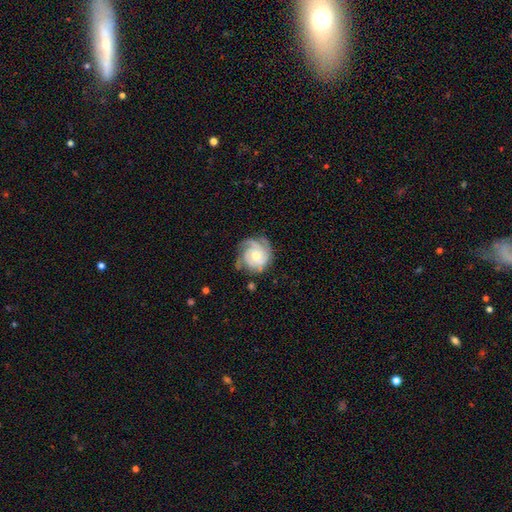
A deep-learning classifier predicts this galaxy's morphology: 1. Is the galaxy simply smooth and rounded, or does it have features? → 84% featured or disk, 11% smooth, 5% star or artifact.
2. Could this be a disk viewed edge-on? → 98% no, 2% yes.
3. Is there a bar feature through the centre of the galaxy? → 75% no, 21% weak, 4% strong.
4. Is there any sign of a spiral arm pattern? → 96% yes, 4% no.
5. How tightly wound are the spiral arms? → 65% tight, 29% medium, 7% loose.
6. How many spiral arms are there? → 42% 3, 20% can't tell, 17% 2, 11% 4, 5% 1, 5% more than 4.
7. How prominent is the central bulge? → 55% moderate, 40% small, 3% large, 1% none, 1% dominant.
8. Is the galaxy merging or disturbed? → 67% none, 22% minor disturbance, 10% major disturbance, 2% merger.